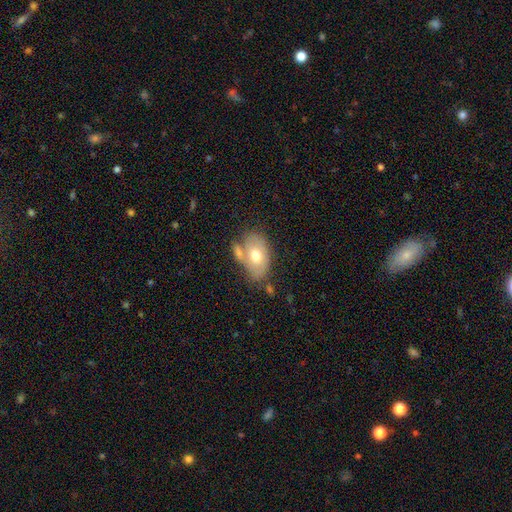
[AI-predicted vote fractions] Smooth or featured?
  - smooth: 62% *
  - featured or disk: 32%
  - star or artifact: 6%
How rounded?
  - in between: 88% *
  - round: 10%
  - cigar-shaped: 2%
Merging?
  - none: 45% *
  - merger: 27%
  - minor disturbance: 20%
  - major disturbance: 8%